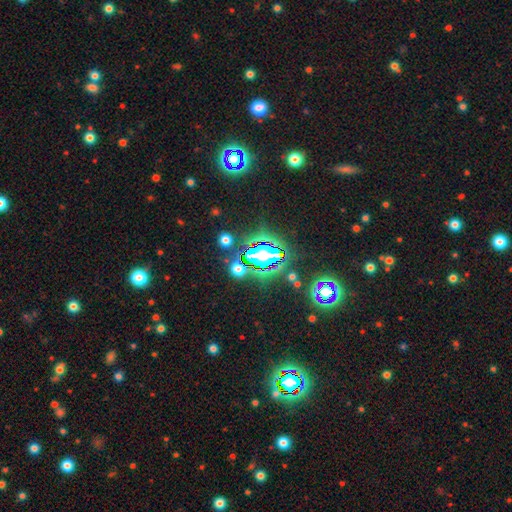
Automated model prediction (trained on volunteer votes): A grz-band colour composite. It shows a star or artifact, not a galaxy (81%).